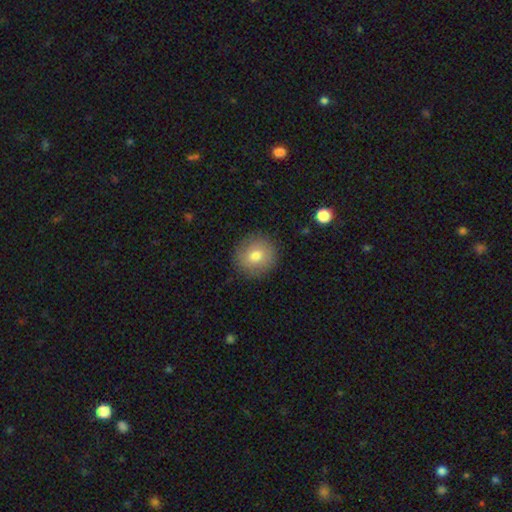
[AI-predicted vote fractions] The model was most divided on "smooth or featured": smooth: 77%, featured or disk: 14%, star or artifact: 9%. More confident: how rounded — round (90%); merging — none (88%).